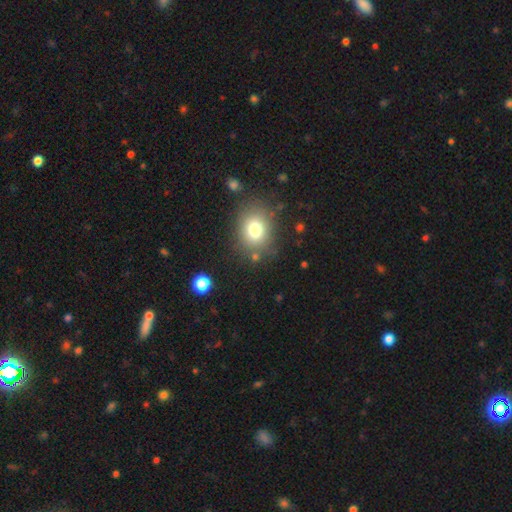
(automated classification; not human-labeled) Smooth or featured?
  - smooth: 76% *
  - star or artifact: 15%
  - featured or disk: 10%
How rounded?
  - round: 58% *
  - in between: 41%
  - cigar-shaped: 1%
Merging?
  - none: 82% *
  - minor disturbance: 11%
  - merger: 4%
  - major disturbance: 3%